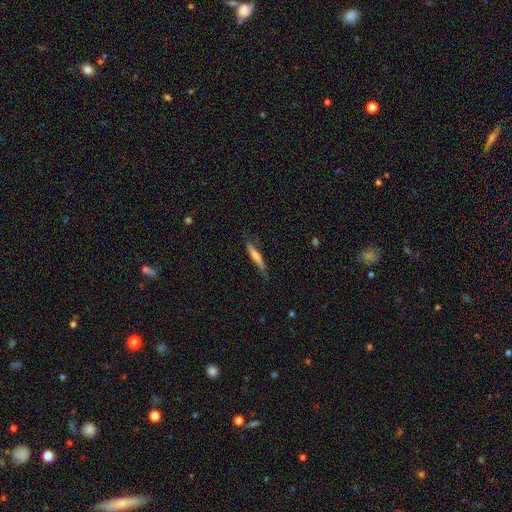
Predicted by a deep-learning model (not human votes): A smooth galaxy with no disk features (50%). Merging: none (75%).